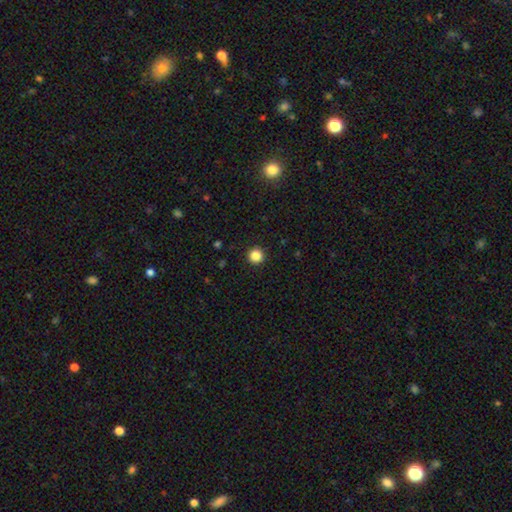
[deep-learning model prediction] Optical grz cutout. It shows a smooth galaxy with no disk features (85%) that is round (96%). Merging: none (93%).